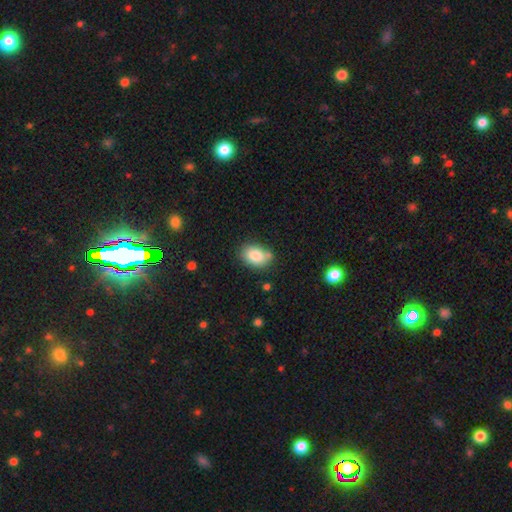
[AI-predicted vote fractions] Smooth or featured? smooth (83%)
How rounded? in between (79%)
Merging? none (72%)